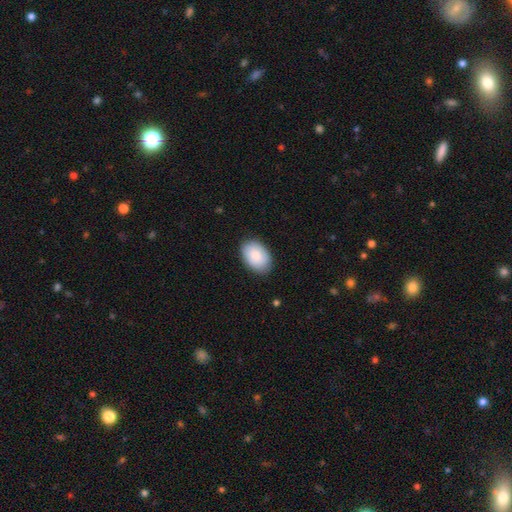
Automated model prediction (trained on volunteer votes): The model was most divided on "merging": none: 84%, minor disturbance: 12%, major disturbance: 3%, merger: 1%. More confident: how rounded — in between (88%); smooth or featured — smooth (85%).